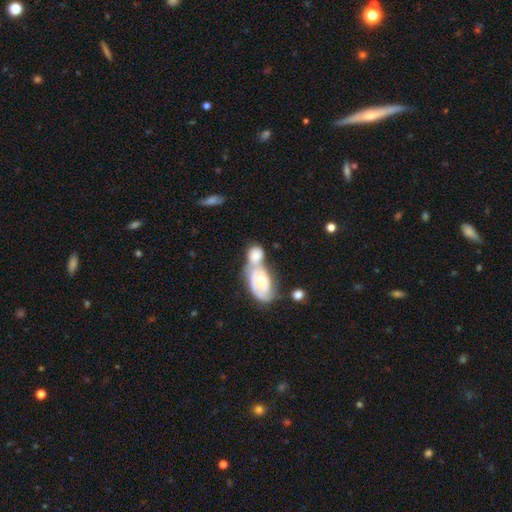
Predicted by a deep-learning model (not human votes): Smooth or featured?
  - smooth: 57% *
  - featured or disk: 37%
  - star or artifact: 7%
How rounded?
  - in between: 72% *
  - round: 24%
  - cigar-shaped: 4%
Merging?
  - merger: 69% *
  - none: 17%
  - minor disturbance: 8%
  - major disturbance: 6%